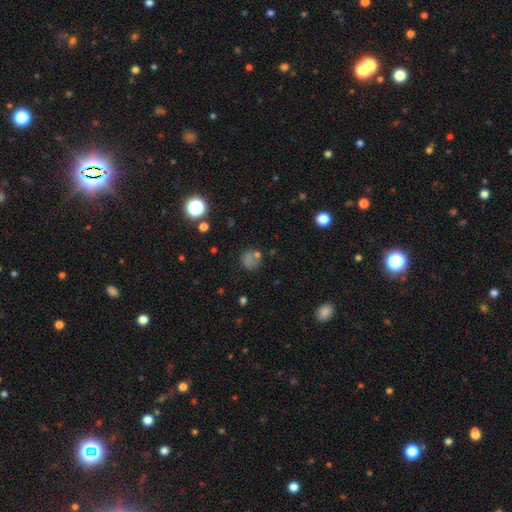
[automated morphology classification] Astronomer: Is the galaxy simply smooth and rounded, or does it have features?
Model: smooth — 58%.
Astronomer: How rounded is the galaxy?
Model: round — 82%.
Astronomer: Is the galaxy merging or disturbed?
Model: none — 63%.